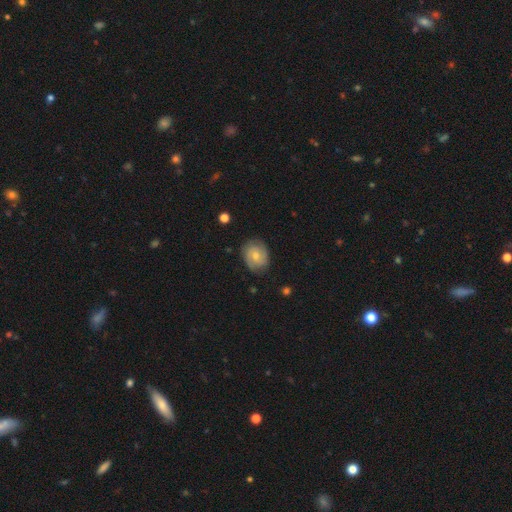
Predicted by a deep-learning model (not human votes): Morphology: type=featured or disk (49%); merging=none (75%).